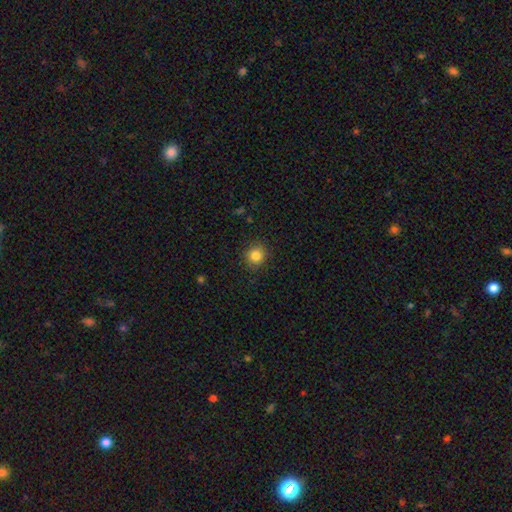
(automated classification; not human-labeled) Smooth or featured?
  - smooth: 83% *
  - star or artifact: 11%
  - featured or disk: 6%
How rounded?
  - round: 88% *
  - in between: 11%
  - cigar-shaped: 1%
Merging?
  - none: 88% *
  - minor disturbance: 9%
  - major disturbance: 2%
  - merger: 1%